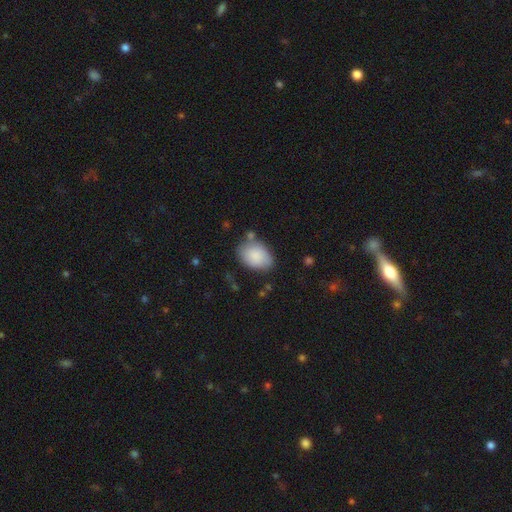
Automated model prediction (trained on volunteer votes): A smooth galaxy with no disk features (85%) that is in between round and cigar-shaped (79%). Merging: none (65%).